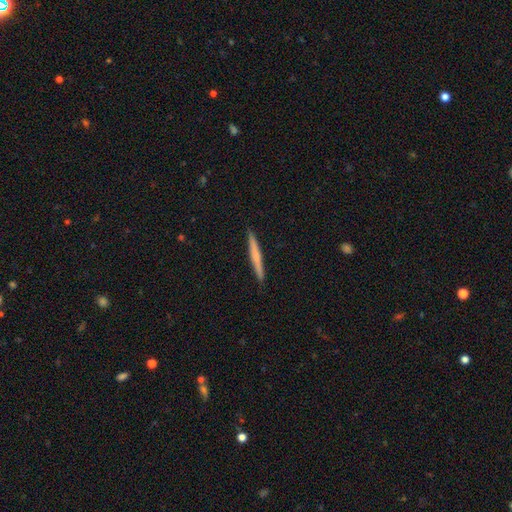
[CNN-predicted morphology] Smooth or featured? smooth (54%)
How rounded? cigar-shaped (97%)
Merging? none (92%)